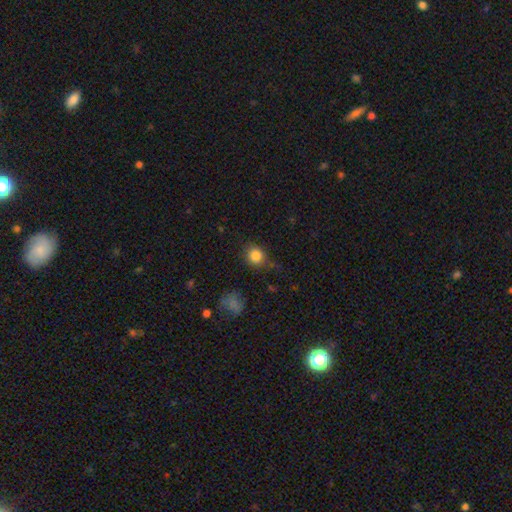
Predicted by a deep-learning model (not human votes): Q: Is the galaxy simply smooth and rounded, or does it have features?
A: smooth — 83%.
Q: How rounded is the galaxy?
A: round — 80%.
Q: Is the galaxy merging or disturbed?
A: none — 72%.